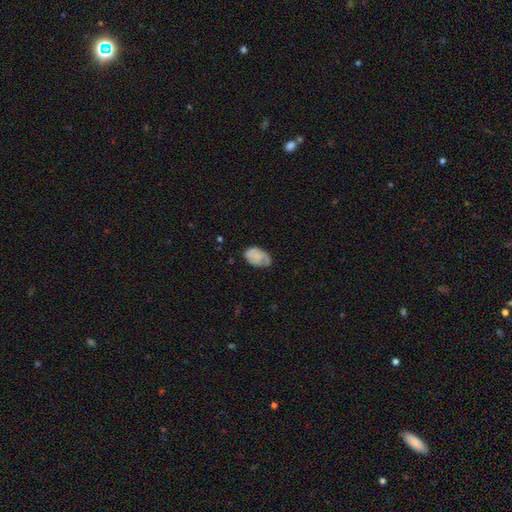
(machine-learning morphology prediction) Smooth or featured?
  - smooth: 70% *
  - featured or disk: 22%
  - star or artifact: 8%
How rounded?
  - in between: 90% *
  - round: 9%
  - cigar-shaped: 1%
Merging?
  - none: 53% *
  - minor disturbance: 34%
  - major disturbance: 11%
  - merger: 2%